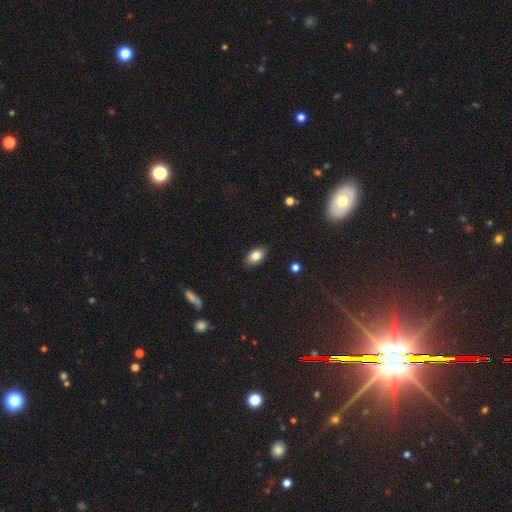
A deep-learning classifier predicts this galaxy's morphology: smooth-or-featured: smooth: 82% | featured or disk: 10% | star or artifact: 8%
  how-rounded: in between: 91% | round: 6% | cigar-shaped: 3%
  merging: none: 87% | minor disturbance: 10% | major disturbance: 2% | merger: 1%